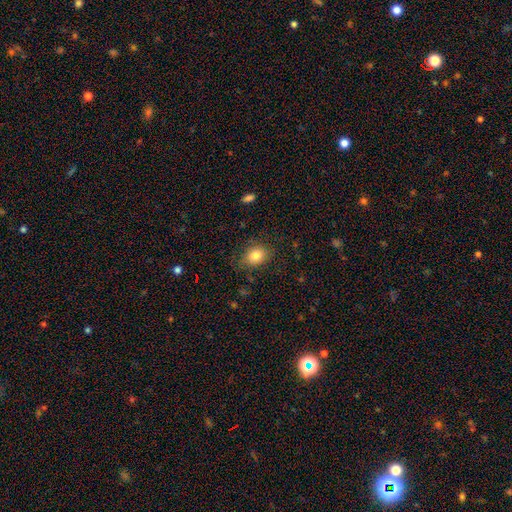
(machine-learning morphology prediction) A smooth galaxy with no disk features (82%) that is in between round and cigar-shaped (58%). Merging: none (77%).